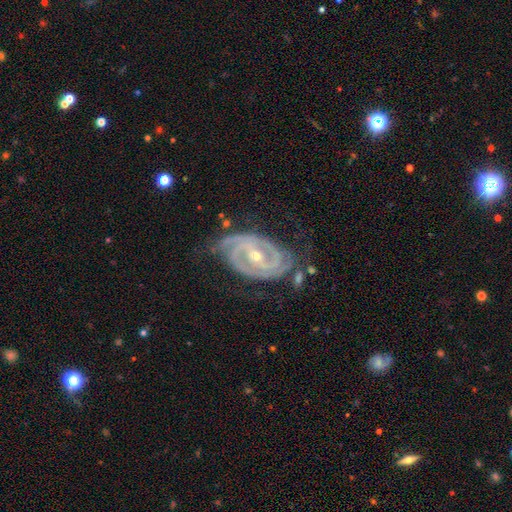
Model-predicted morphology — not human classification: smooth_or_featured: featured or disk (p=0.91) [alt: star or artifact p=0.05]
disk_edge_on: no (p=0.96) [alt: yes p=0.04]
bar: weak (p=0.40) [alt: strong p=0.31]
has_spiral_arms: yes (p=0.98) [alt: no p=0.02]
spiral_winding: tight (p=0.67) [alt: medium p=0.28]
spiral_arm_count: 2 (p=0.47) [alt: 3 p=0.26]
bulge_size: small (p=0.55) [alt: moderate p=0.43]
merging: none (p=0.62) [alt: minor disturbance p=0.24]